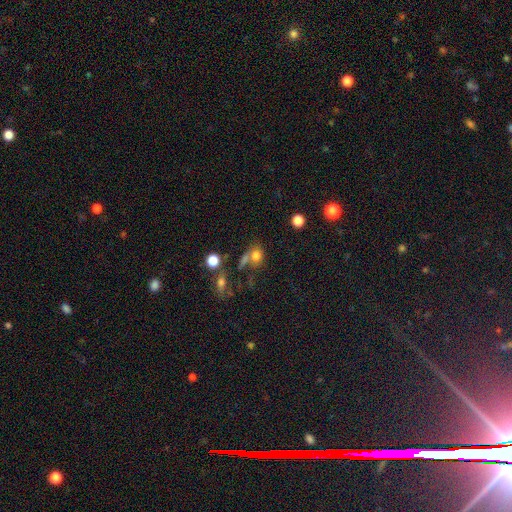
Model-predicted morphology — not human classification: Smooth or featured? Predicted: smooth (p=0.75). How rounded? Predicted: round (p=0.58). Merging? Predicted: none (p=0.45).